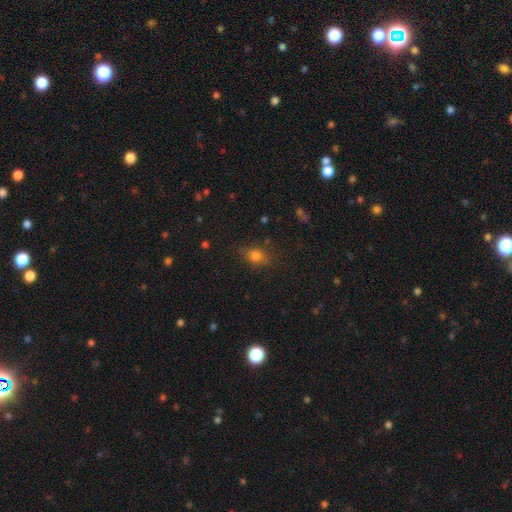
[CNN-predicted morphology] A smooth galaxy with no disk features (77%) that is round (52%). Merging: none (75%).